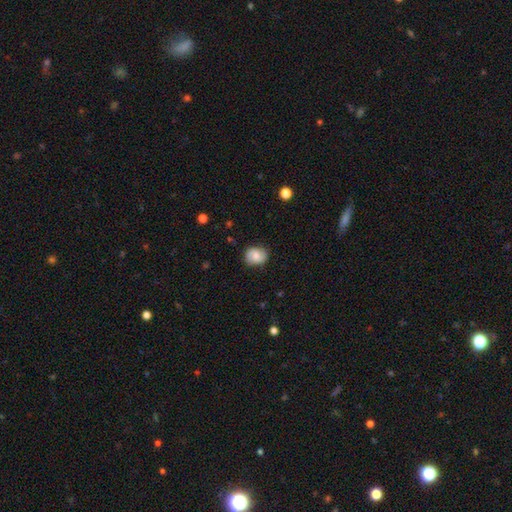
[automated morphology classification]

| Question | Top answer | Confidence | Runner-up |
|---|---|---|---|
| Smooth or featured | smooth | 64% | featured or disk (27%) |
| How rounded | round | 59% | in between (40%) |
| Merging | none | 79% | minor disturbance (16%) |